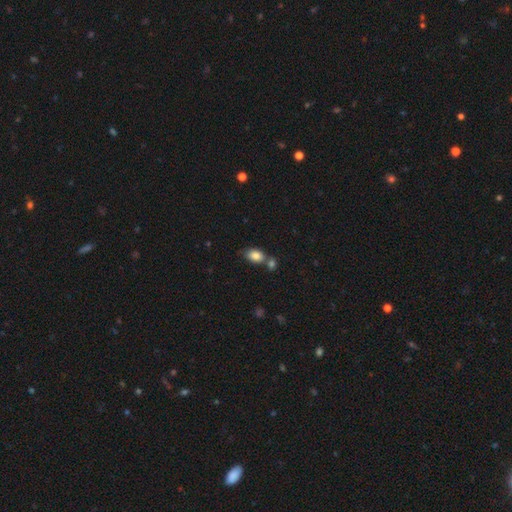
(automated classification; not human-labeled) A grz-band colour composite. It shows a smooth galaxy with no disk features (85%) that is in between round and cigar-shaped (85%). Merging: none (52%).